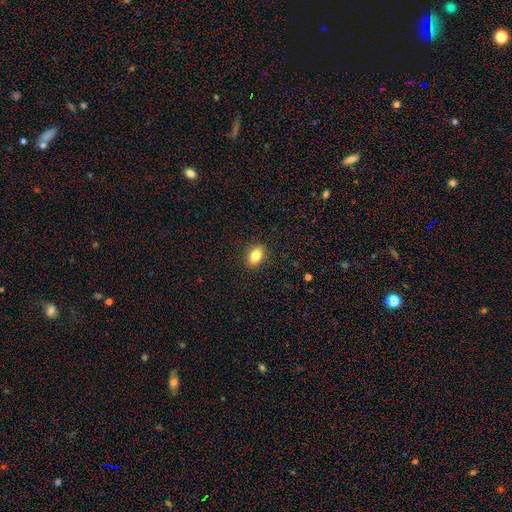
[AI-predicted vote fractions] smooth_or_featured: smooth (p=0.83) [alt: star or artifact p=0.09]
how_rounded: in between (p=0.83) [alt: round p=0.15]
merging: none (p=0.90) [alt: minor disturbance p=0.07]